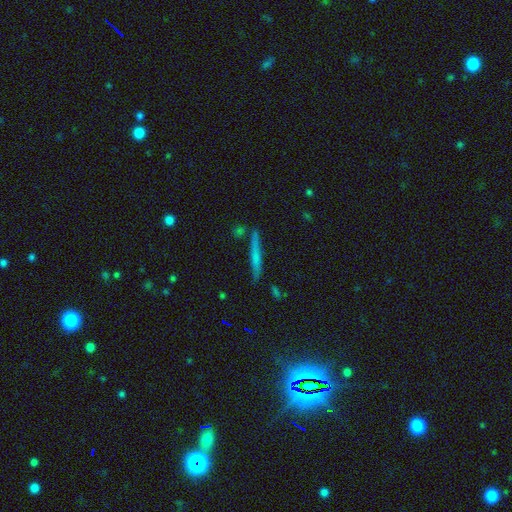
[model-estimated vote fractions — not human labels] smooth_or_featured: smooth (p=0.46) [alt: featured or disk p=0.44]
merging: none (p=0.85) [alt: minor disturbance p=0.10]